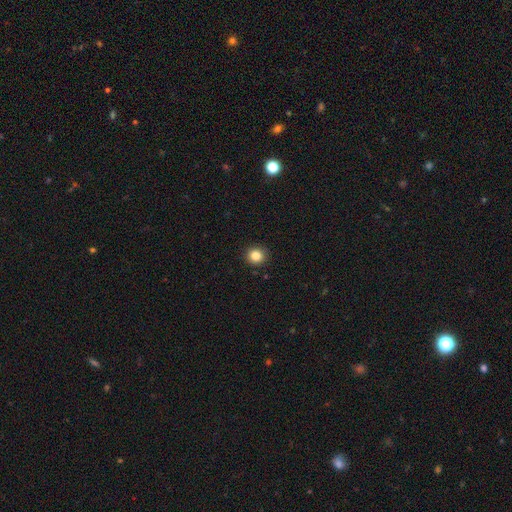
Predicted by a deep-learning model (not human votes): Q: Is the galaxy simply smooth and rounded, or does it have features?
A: smooth — 84%.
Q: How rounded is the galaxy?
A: round — 92%.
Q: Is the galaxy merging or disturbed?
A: none — 92%.